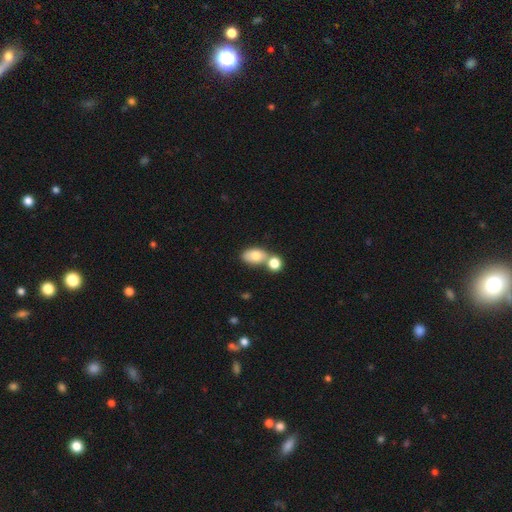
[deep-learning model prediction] Q: Smooth or featured?
A: smooth (77%); runner-up: featured or disk (15%)
Q: How rounded?
A: in between (85%); runner-up: round (14%)
Q: Merging?
A: merger (44%); runner-up: none (40%)